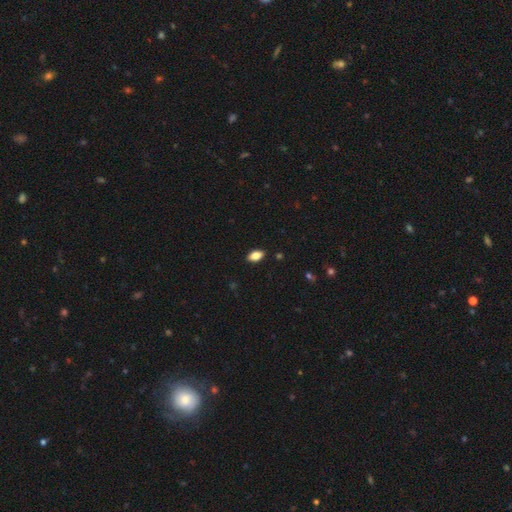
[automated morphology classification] type=smooth (80%); roundness=in between (90%); merging=none (89%).